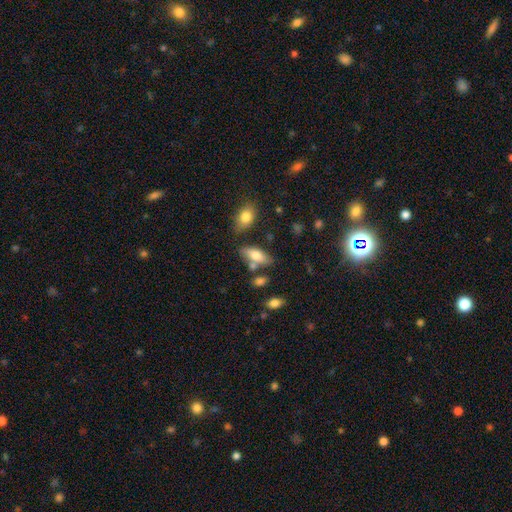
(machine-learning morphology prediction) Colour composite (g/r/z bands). It shows a smooth galaxy with no disk features (73%) that is in between round and cigar-shaped (80%). Merging: none (64%).